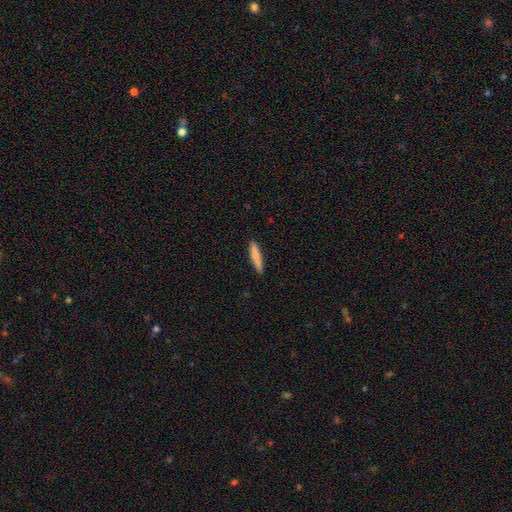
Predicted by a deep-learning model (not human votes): Smooth or featured? Predicted: smooth (p=0.82). How rounded? Predicted: cigar-shaped (p=0.89). Merging? Predicted: none (p=0.89).